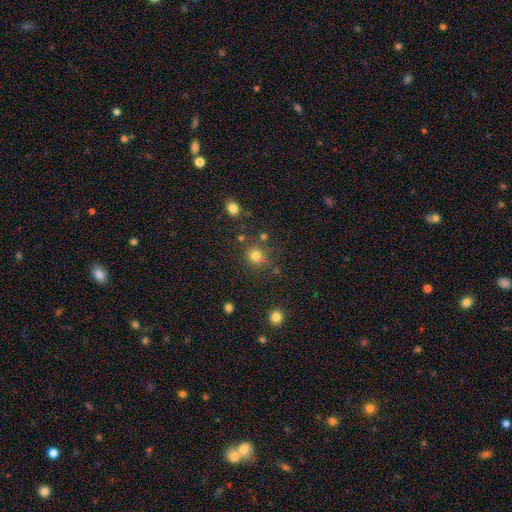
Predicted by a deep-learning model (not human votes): A smooth galaxy with no disk features (79%) that is round (85%). Merging: none (75%).